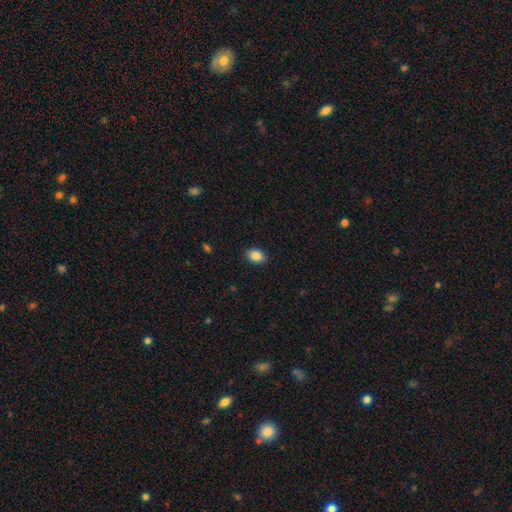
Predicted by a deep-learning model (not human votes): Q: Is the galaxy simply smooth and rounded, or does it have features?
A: smooth — 88%.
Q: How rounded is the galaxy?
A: in between — 68%.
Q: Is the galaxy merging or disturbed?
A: none — 89%.